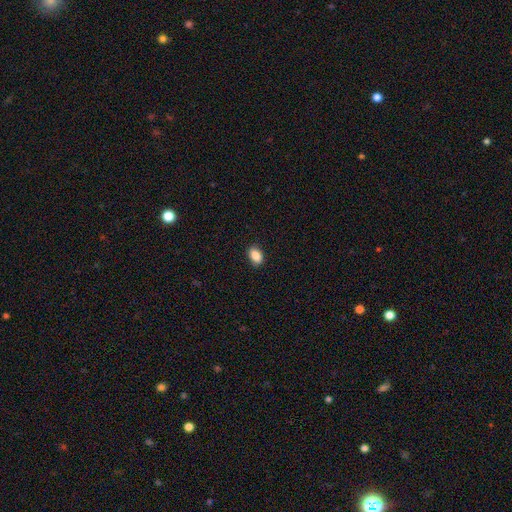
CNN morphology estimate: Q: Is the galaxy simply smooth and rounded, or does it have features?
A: smooth — 88%.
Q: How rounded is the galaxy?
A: in between — 84%.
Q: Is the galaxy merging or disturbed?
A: none — 88%.